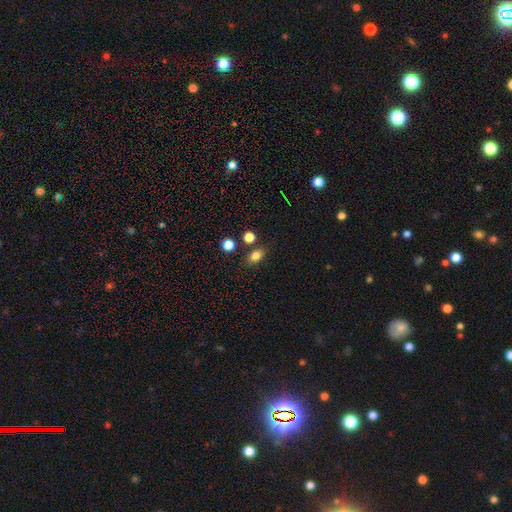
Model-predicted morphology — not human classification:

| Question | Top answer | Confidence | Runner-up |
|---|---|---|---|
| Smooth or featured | smooth | 80% | star or artifact (12%) |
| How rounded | in between | 71% | round (27%) |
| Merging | none | 74% | minor disturbance (13%) |